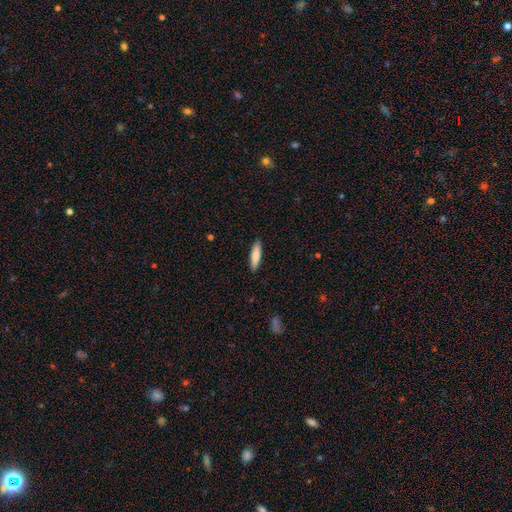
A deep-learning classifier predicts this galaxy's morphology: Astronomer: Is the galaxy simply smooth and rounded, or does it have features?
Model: smooth — 83%.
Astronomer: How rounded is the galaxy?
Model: cigar-shaped — 72%.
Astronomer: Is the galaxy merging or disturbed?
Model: none — 90%.